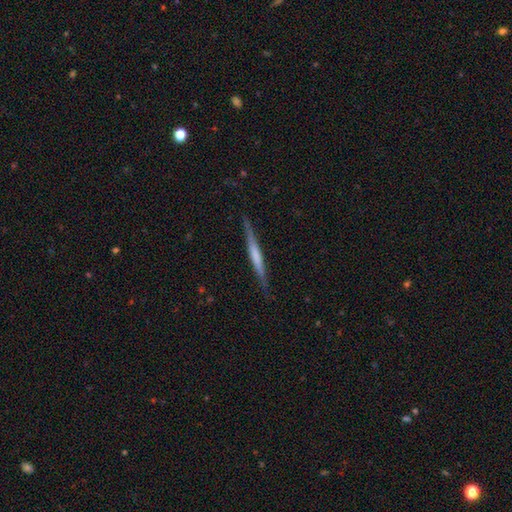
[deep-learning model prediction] Smooth or featured?
  - featured or disk: 55% *
  - smooth: 40%
  - star or artifact: 5%
Edge-on disk?
  - yes: 97% *
  - no: 3%
Edge-on bulge?
  - none: 59% *
  - rounded: 21%
  - boxy: 20%
Merging?
  - none: 86% *
  - minor disturbance: 11%
  - major disturbance: 2%
  - merger: 1%